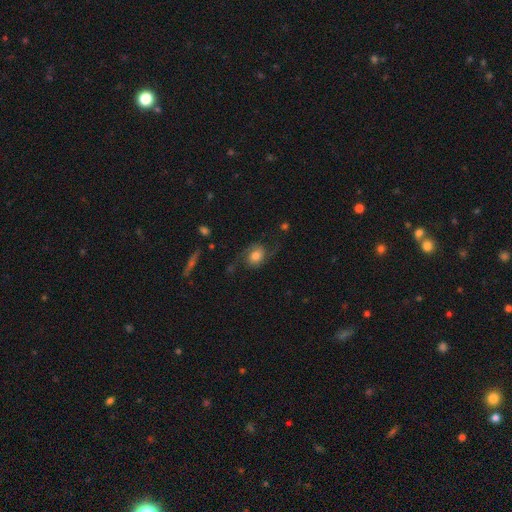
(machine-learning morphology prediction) Overall: featured or disk (57%; smooth 34%). Edge-on disk: no (96%). Bar: no (70%). Spiral arms: yes (90%). Bulge size: moderate (48%; large 31%). Merging: none (65%).